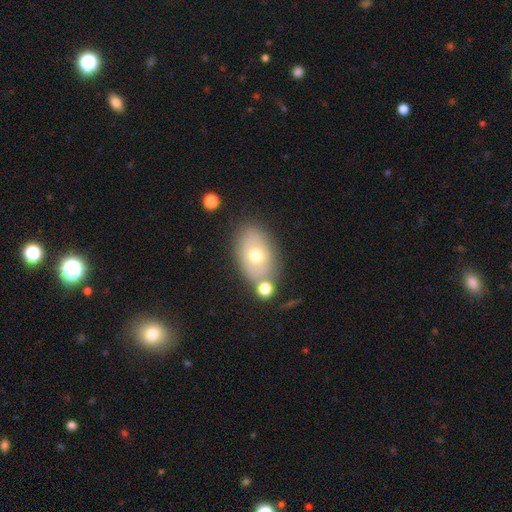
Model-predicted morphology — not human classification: This is likely a smooth galaxy (65%). How rounded: clearly in between (85%). Merging: likely none (68%).